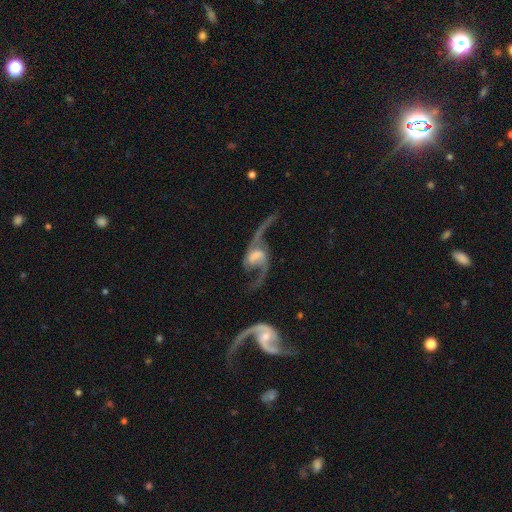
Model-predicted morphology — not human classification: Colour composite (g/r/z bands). It shows a featured or disk galaxy (89%) with a weak bar (47%), 2 (92%) loose (81%) spiral arms (96%) and a moderate central bulge (30%). Merging: none (52%).